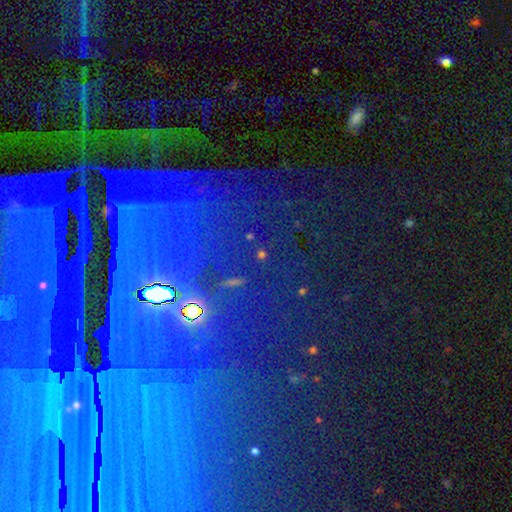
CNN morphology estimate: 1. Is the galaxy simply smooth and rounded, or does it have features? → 70% star or artifact, 16% featured or disk, 14% smooth.